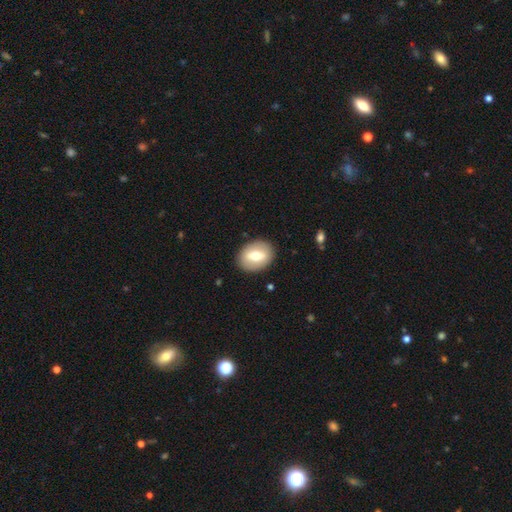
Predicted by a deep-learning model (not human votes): Smooth or featured? Predicted: smooth (p=0.61). How rounded? Predicted: in between (p=0.66). Merging? Predicted: none (p=0.88).